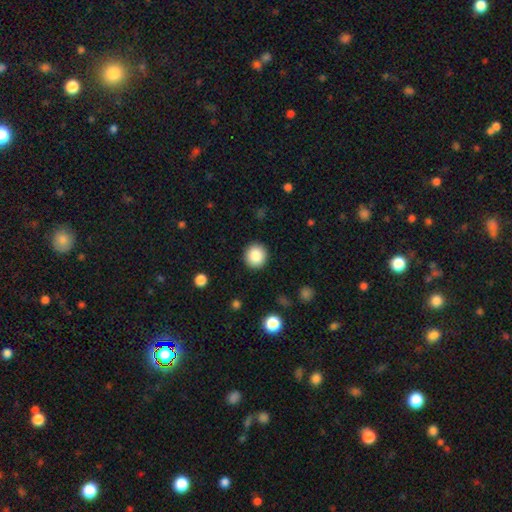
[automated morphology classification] A smooth galaxy with no disk features (86%) that is round (93%).

Vote fractions:
- Smooth or featured? smooth: 86% / star or artifact: 9% / featured or disk: 5%
- How rounded? round: 93% / in between: 6% / cigar-shaped: 1%
- Merging? none: 91% / minor disturbance: 6% / major disturbance: 2% / merger: 1%